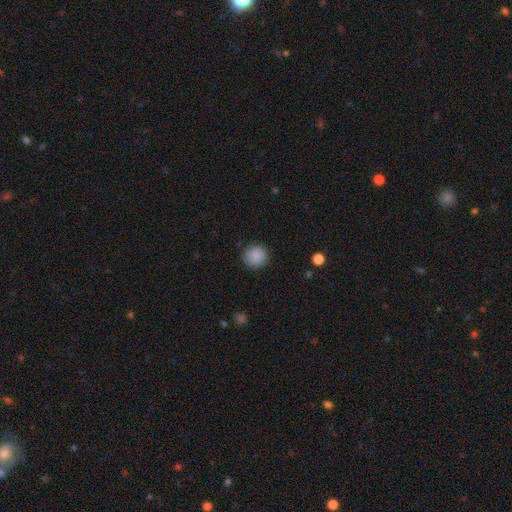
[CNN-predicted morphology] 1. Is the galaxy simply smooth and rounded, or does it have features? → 88% smooth, 8% star or artifact, 3% featured or disk.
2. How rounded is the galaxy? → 91% round, 8% in between, 1% cigar-shaped.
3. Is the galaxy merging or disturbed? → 89% none, 7% minor disturbance, 2% major disturbance, 1% merger.